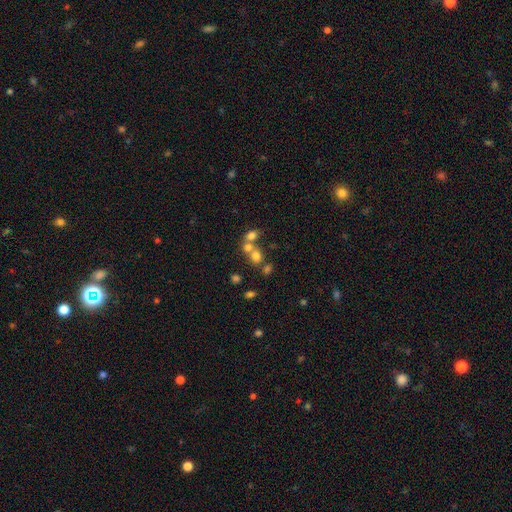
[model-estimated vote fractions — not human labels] smooth_or_featured: smooth (p=0.67) [alt: star or artifact p=0.17]
how_rounded: round (p=0.73) [alt: in between p=0.26]
merging: merger (p=0.51) [alt: none p=0.37]